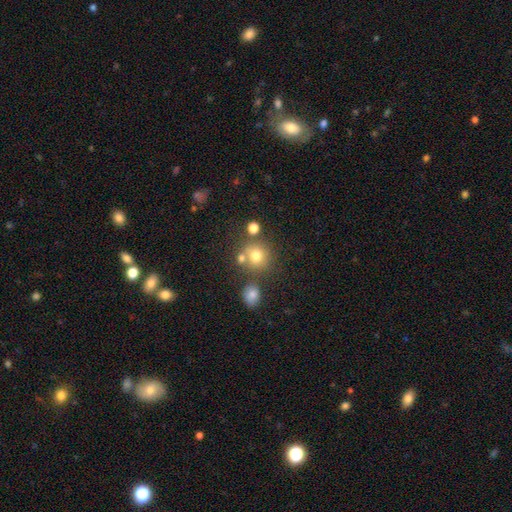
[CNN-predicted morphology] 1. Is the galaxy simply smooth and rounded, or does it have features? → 73% smooth, 15% star or artifact, 12% featured or disk.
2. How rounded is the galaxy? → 87% round, 12% in between, 1% cigar-shaped.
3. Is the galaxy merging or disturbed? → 64% none, 20% merger, 11% minor disturbance, 5% major disturbance.